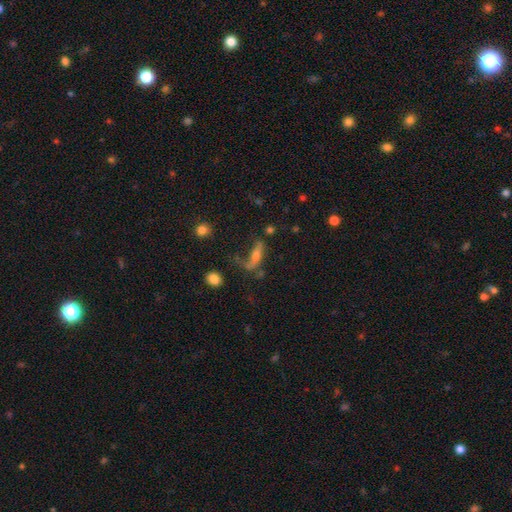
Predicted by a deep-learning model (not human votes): smooth_or_featured: featured or disk (p=0.48) [alt: smooth p=0.38]
merging: major disturbance (p=0.36) [alt: none p=0.35]